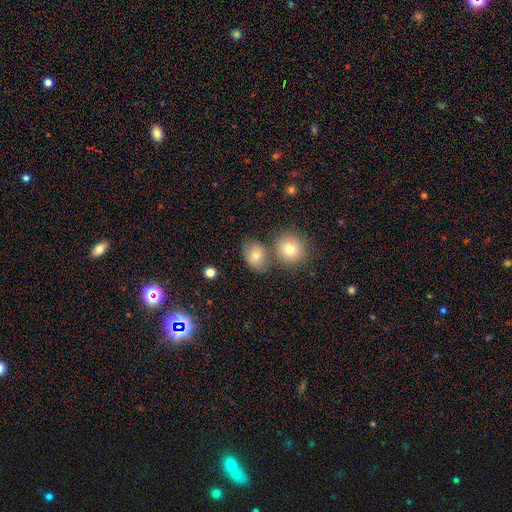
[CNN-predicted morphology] Smooth or featured? Predicted: smooth (p=0.74). How rounded? Predicted: in between (p=0.62). Merging? Predicted: none (p=0.55).